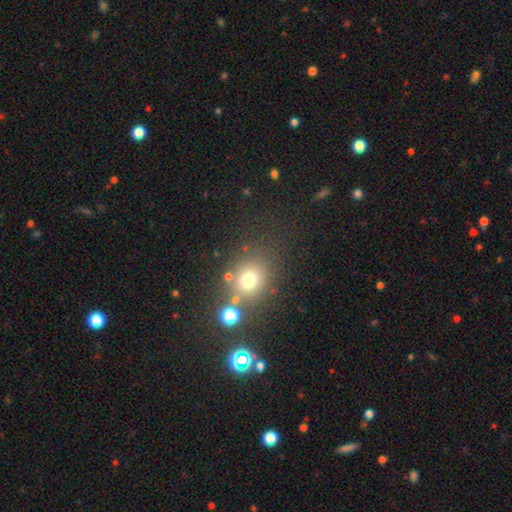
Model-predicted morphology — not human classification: This is possibly a smooth galaxy (52%). How rounded: likely round (73%). Merging: likely none (68%).